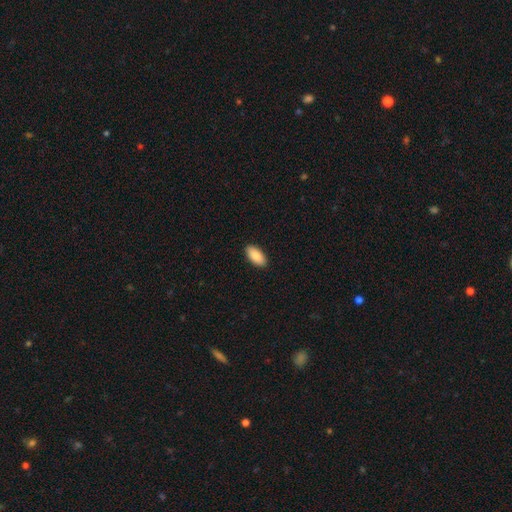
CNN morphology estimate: This appears to be a smooth galaxy with no disk features (90%) that is in between round and cigar-shaped (94%). Merging: none (91%).